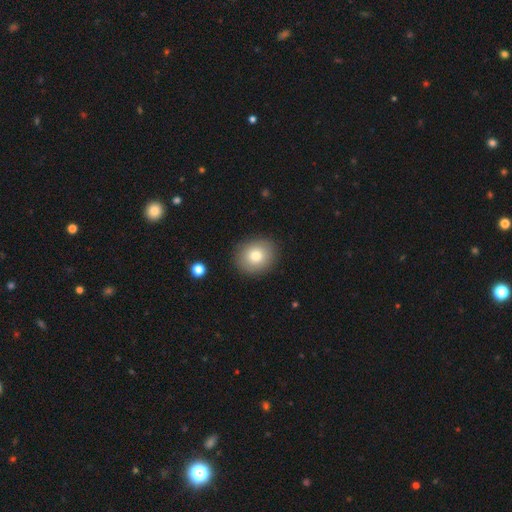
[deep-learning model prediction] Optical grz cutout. It shows a smooth galaxy with no disk features (80%) that is round (68%). Merging: none (88%).